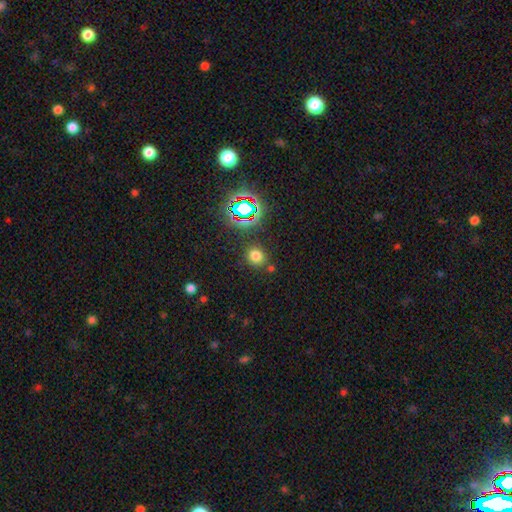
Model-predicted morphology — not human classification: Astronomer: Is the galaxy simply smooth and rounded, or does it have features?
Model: smooth — 70%.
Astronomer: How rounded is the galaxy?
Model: round — 82%.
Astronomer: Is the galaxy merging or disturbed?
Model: none — 80%.